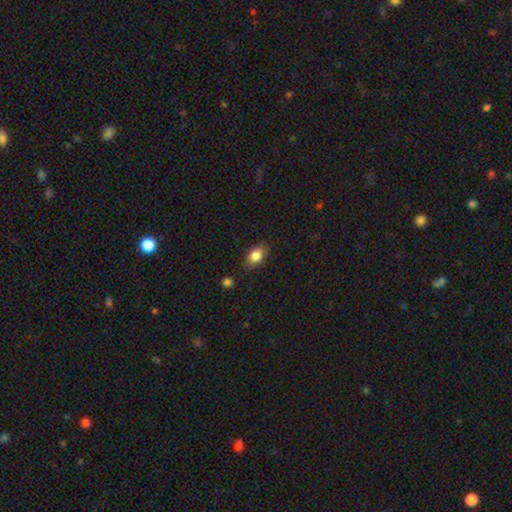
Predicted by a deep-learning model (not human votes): This is clearly a smooth galaxy (85%). How rounded: clearly in between (81%). Merging: clearly none (83%).